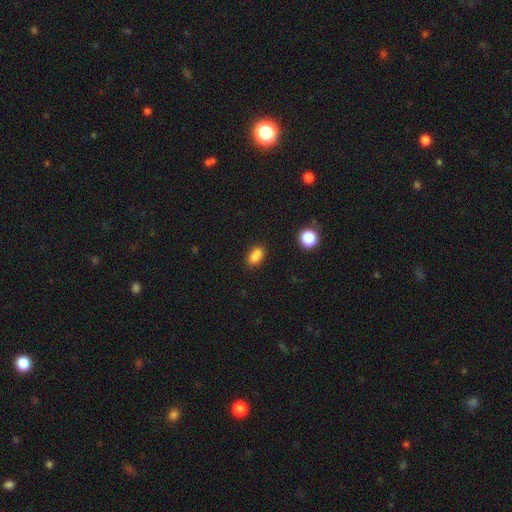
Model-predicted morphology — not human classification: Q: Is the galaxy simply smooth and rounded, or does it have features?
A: smooth — 78%.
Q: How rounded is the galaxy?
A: in between — 73%.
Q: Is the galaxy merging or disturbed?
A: none — 46%.